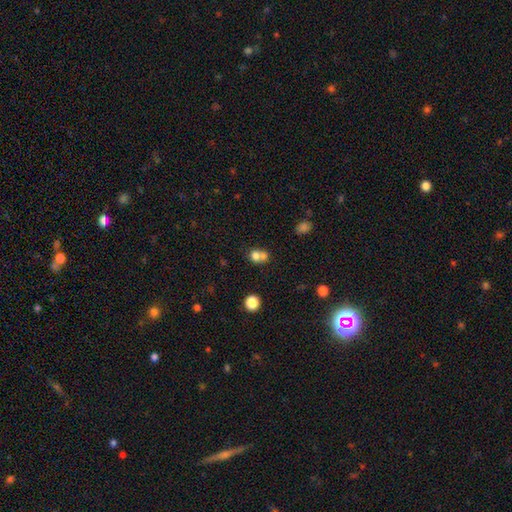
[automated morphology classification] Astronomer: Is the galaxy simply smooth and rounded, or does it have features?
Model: smooth — 74%.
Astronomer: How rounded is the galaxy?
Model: round — 70%.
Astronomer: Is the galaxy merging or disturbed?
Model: merger — 57%.